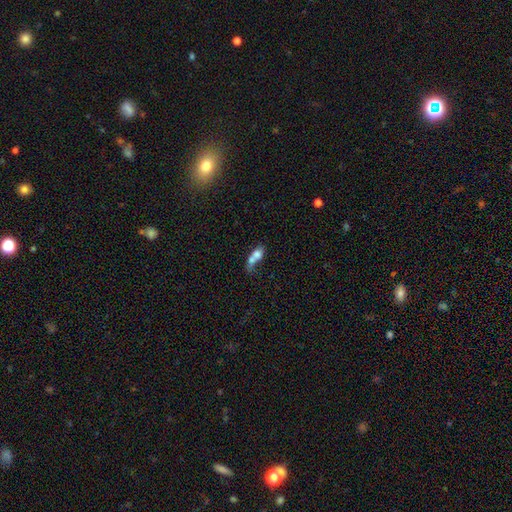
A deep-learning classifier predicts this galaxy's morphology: Overall: smooth (66%). How rounded: in between (60%; round 28%). Merging: merger (71%).